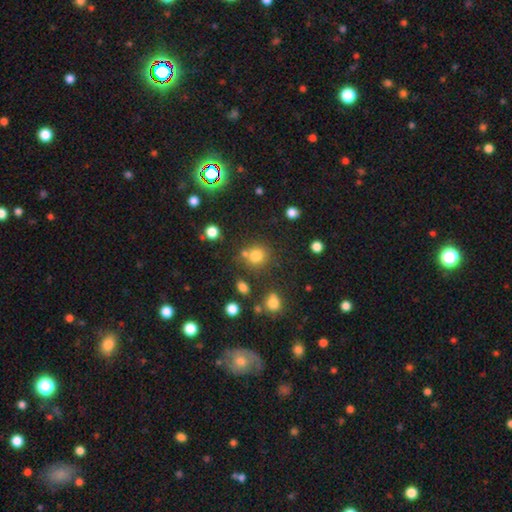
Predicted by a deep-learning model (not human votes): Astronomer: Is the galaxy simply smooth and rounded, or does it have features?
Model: smooth — 76%.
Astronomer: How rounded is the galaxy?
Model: round — 85%.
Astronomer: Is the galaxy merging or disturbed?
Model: none — 65%.